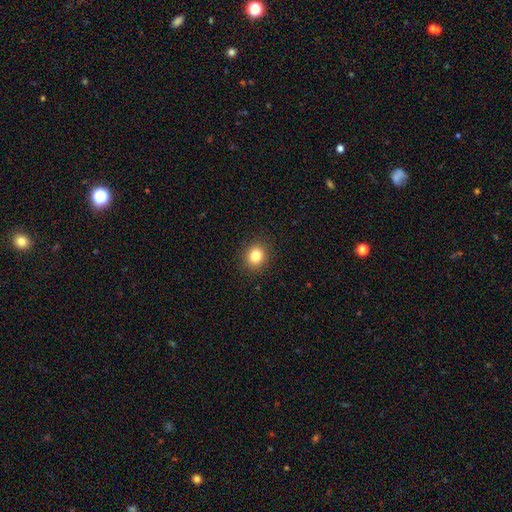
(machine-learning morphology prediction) smooth-or-featured: smooth: 82% | star or artifact: 12% | featured or disk: 7%
  how-rounded: round: 76% | in between: 24% | cigar-shaped: 1%
  merging: none: 90% | minor disturbance: 7% | major disturbance: 2% | merger: 1%